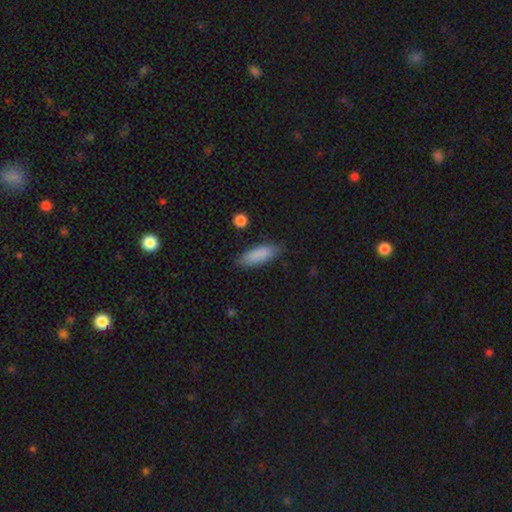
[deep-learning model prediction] Morphology: type=smooth (87%); roundness=in between (58%); merging=none (84%).